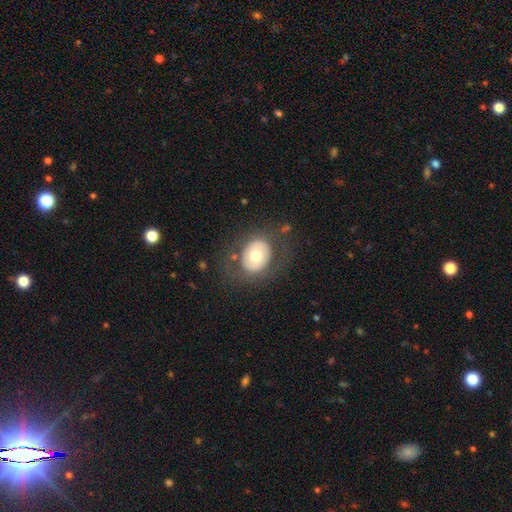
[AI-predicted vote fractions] The model was most divided on "how rounded": round: 54%, in between: 46%, cigar-shaped: 1%. More confident: merging — none (74%); smooth or featured — smooth (56%).